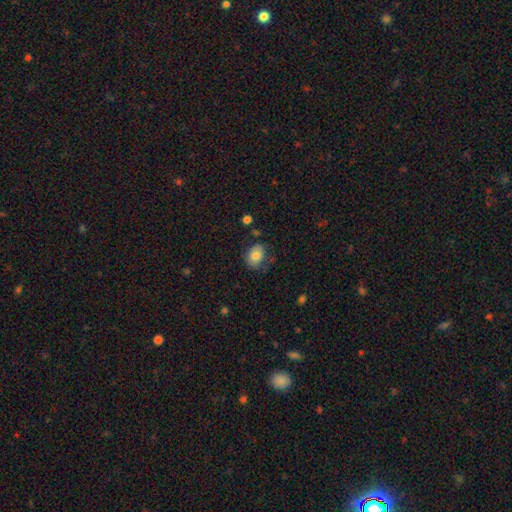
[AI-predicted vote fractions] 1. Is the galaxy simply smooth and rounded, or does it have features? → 79% smooth, 12% featured or disk, 9% star or artifact.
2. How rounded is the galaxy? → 60% in between, 39% round, 1% cigar-shaped.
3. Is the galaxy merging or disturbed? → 64% none, 25% minor disturbance, 8% major disturbance, 2% merger.